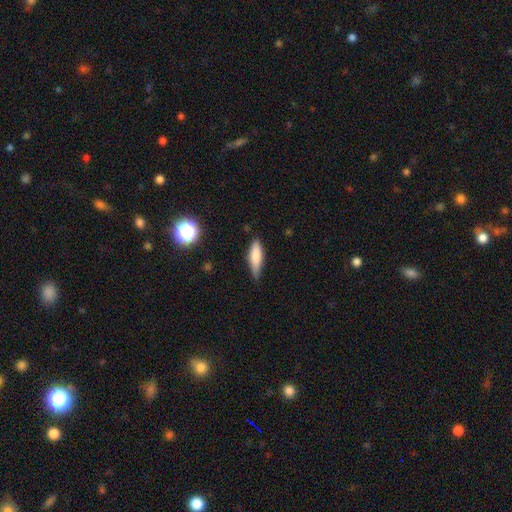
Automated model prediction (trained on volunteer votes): smooth 76%, featured or disk 17%, star or artifact 7%. Down the decision tree: how rounded — cigar-shaped (54%); merging — none (70%).